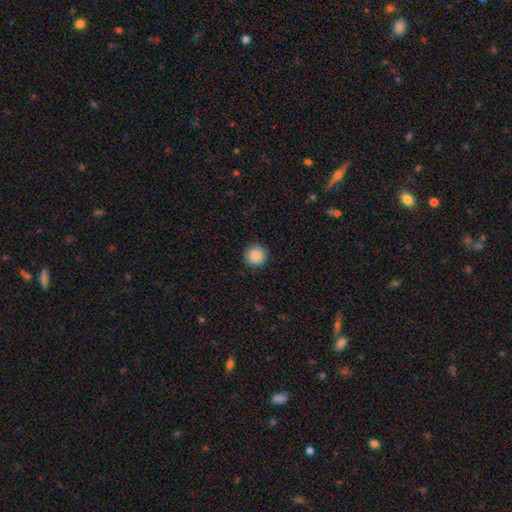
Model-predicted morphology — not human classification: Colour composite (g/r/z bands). It shows a smooth galaxy with no disk features (87%) that is round (95%). Merging: none (91%).